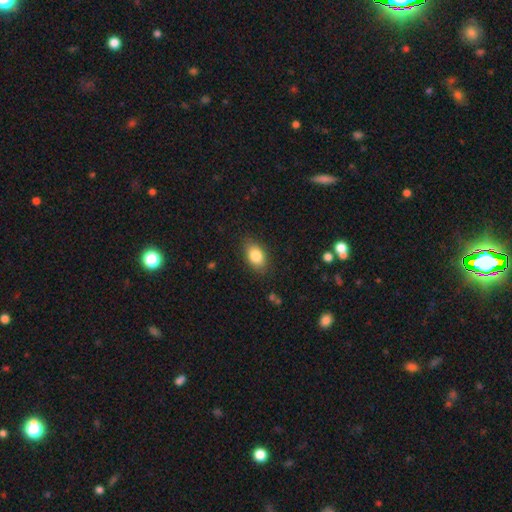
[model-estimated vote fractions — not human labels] smooth_or_featured: smooth (p=0.83) [alt: featured or disk p=0.09]
how_rounded: in between (p=0.87) [alt: round p=0.11]
merging: none (p=0.84) [alt: minor disturbance p=0.11]